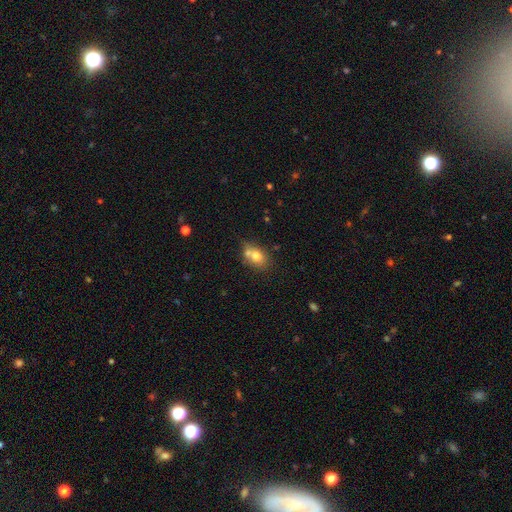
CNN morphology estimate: Smooth or featured? Predicted: smooth (p=0.73). How rounded? Predicted: in between (p=0.64). Merging? Predicted: none (p=0.47).